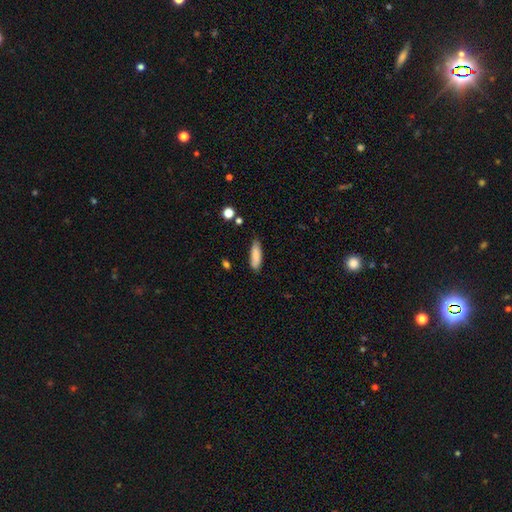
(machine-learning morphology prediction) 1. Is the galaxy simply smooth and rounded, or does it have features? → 84% smooth, 9% featured or disk, 7% star or artifact.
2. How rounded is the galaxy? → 50% cigar-shaped, 48% in between, 2% round.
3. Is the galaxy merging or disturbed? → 79% none, 17% minor disturbance, 3% major disturbance, 2% merger.